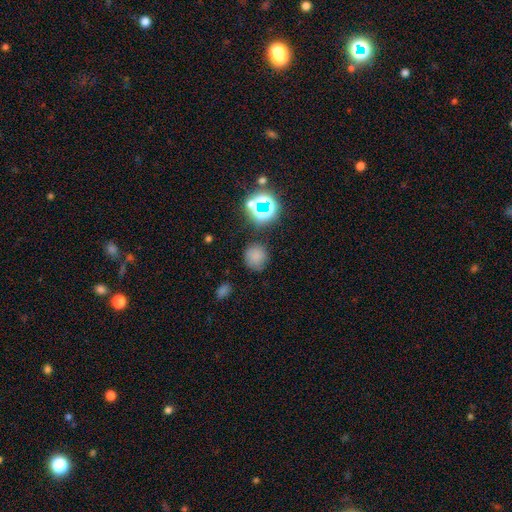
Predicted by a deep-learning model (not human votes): smooth-or-featured: smooth: 72% | star or artifact: 21% | featured or disk: 7%
  how-rounded: round: 88% | in between: 11% | cigar-shaped: 1%
  merging: none: 77% | minor disturbance: 14% | major disturbance: 5% | merger: 5%